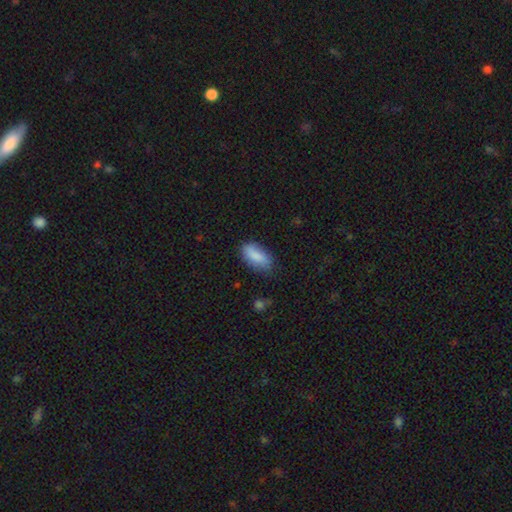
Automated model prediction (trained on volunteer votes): smooth-or-featured: smooth: 84% | featured or disk: 9% | star or artifact: 7%
  how-rounded: in between: 86% | cigar-shaped: 11% | round: 3%
  merging: none: 72% | minor disturbance: 22% | major disturbance: 5% | merger: 2%